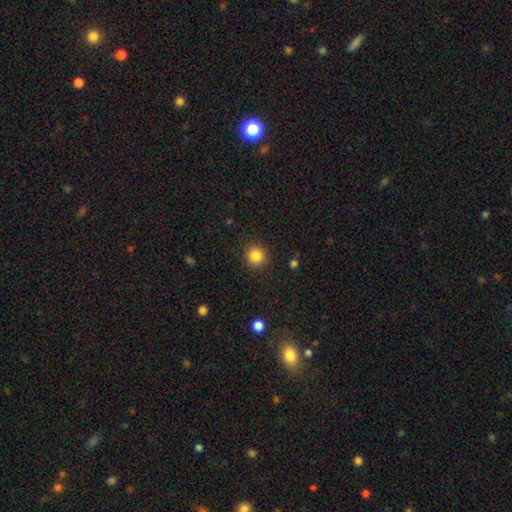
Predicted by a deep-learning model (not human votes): Smooth or featured? smooth (85%)
How rounded? round (92%)
Merging? none (89%)